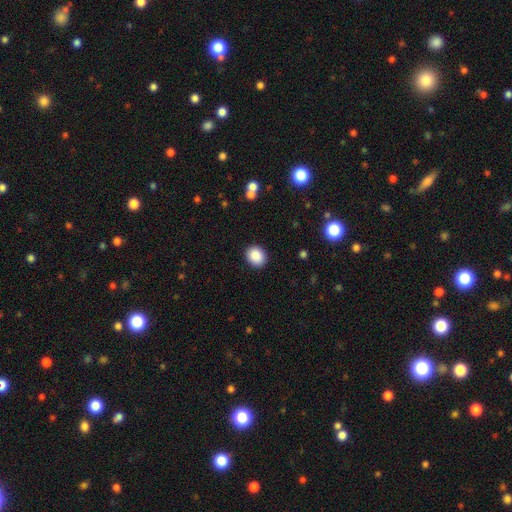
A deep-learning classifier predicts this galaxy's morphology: Smooth or featured? smooth (88%)
How rounded? round (62%)
Merging? none (90%)